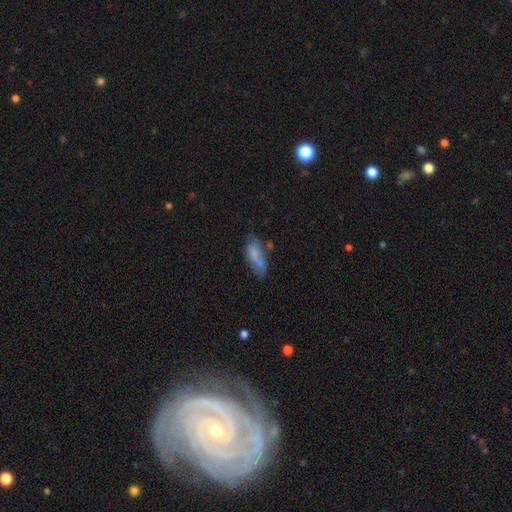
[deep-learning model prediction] Smooth or featured? smooth (68%)
How rounded? in between (70%)
Merging? none (46%)